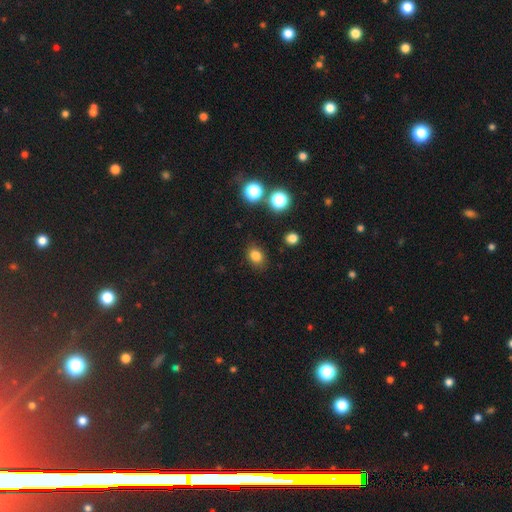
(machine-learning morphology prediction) smooth-or-featured: smooth: 81% | star or artifact: 13% | featured or disk: 5%
  how-rounded: in between: 55% | round: 44% | cigar-shaped: 1%
  merging: none: 84% | minor disturbance: 10% | major disturbance: 3% | merger: 2%